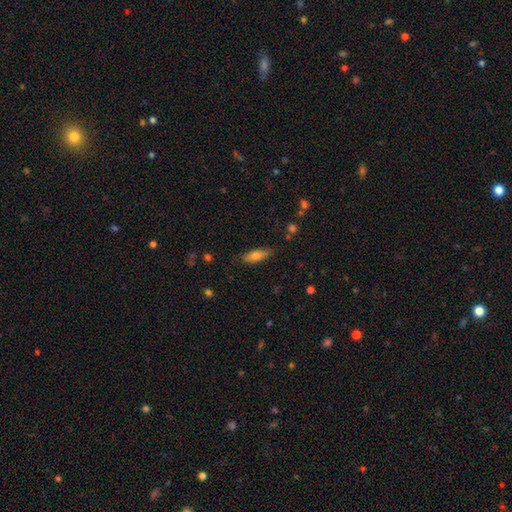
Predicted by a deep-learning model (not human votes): This is likely a smooth galaxy (74%). How rounded: likely in between (63%). Merging: clearly none (81%).